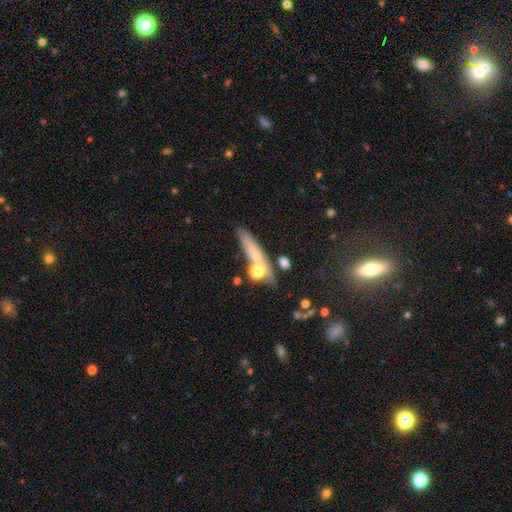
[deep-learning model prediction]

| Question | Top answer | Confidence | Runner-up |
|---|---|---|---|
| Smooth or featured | smooth | 58% | featured or disk (27%) |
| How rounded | cigar-shaped | 71% | in between (18%) |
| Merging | none | 64% | minor disturbance (15%) |